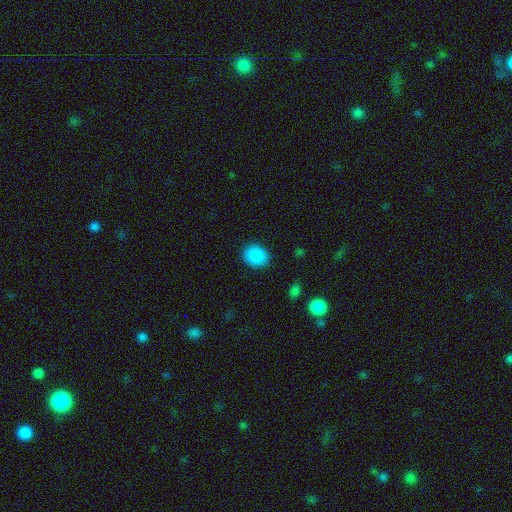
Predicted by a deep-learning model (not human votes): This appears to be a smooth galaxy with no disk features (89%) that is round (58%). Merging: none (89%).